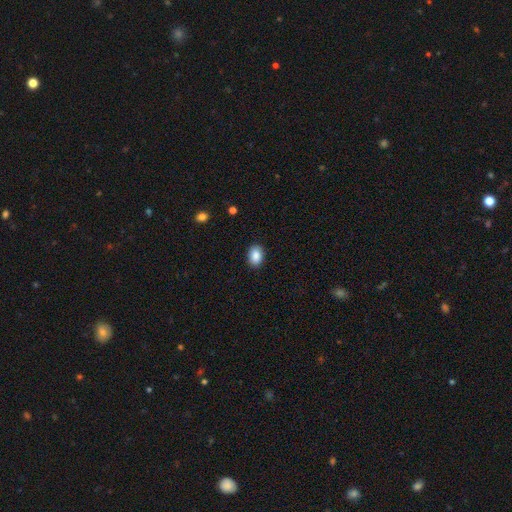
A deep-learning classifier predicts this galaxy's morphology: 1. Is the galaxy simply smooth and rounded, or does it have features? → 88% smooth, 8% star or artifact, 4% featured or disk.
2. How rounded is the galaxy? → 80% in between, 19% round, 1% cigar-shaped.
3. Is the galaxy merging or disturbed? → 89% none, 8% minor disturbance, 2% major disturbance, 1% merger.